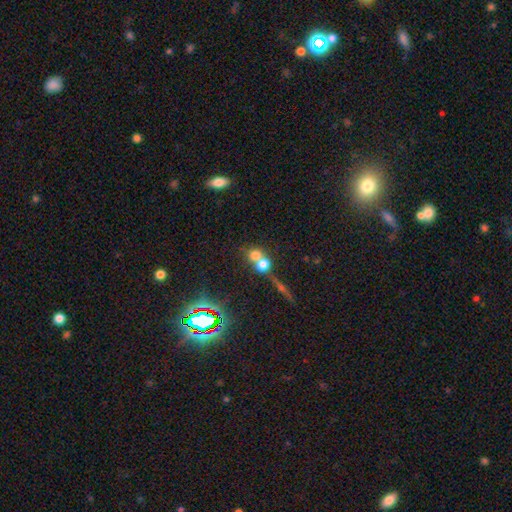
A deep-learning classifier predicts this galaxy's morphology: Smooth or featured? Predicted: smooth (p=0.66). How rounded? Predicted: round (p=0.76). Merging? Predicted: merger (p=0.59).